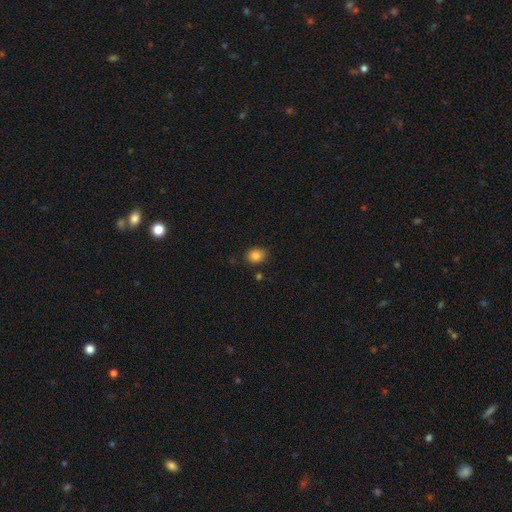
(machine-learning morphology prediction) Smooth or featured? Predicted: smooth (p=0.84). How rounded? Predicted: in between (p=0.54). Merging? Predicted: none (p=0.82).